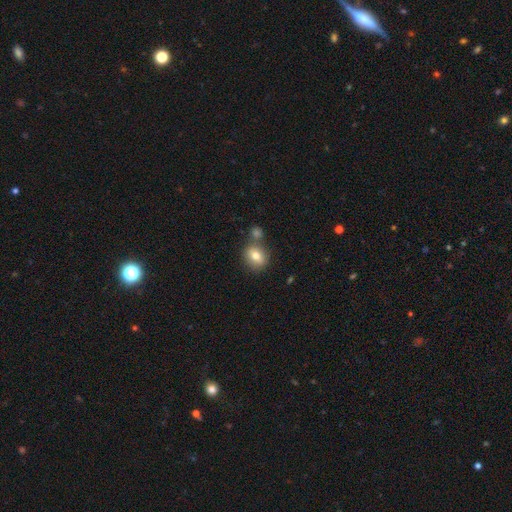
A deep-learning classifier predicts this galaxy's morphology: This is likely a smooth galaxy (76%). How rounded: likely round (62%). Merging: likely none (63%).